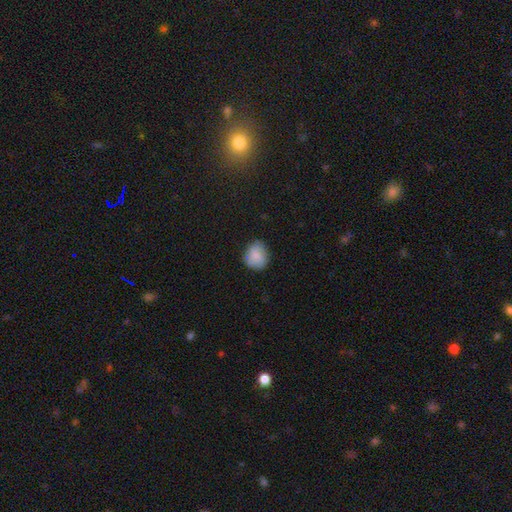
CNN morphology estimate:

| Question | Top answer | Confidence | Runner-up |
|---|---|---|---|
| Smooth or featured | smooth | 79% | featured or disk (14%) |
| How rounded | round | 70% | in between (29%) |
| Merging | none | 74% | minor disturbance (20%) |